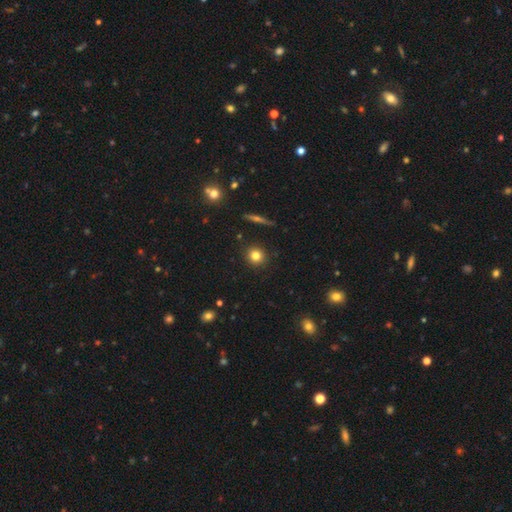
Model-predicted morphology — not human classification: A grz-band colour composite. It shows a smooth galaxy with no disk features (80%) that is round (90%). Merging: none (90%).